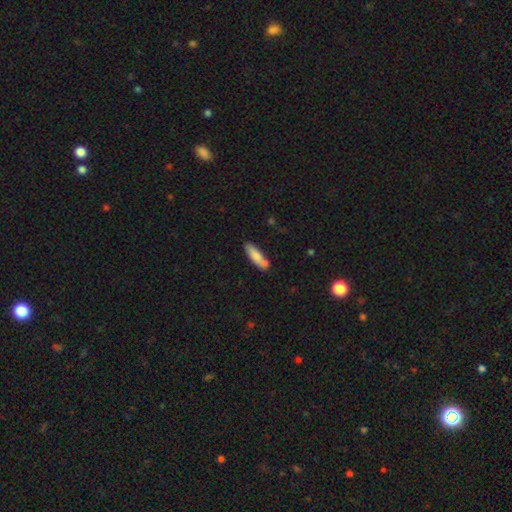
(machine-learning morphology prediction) A smooth galaxy with no disk features (80%) that is cigar-shaped (56%). Merging: none (66%).